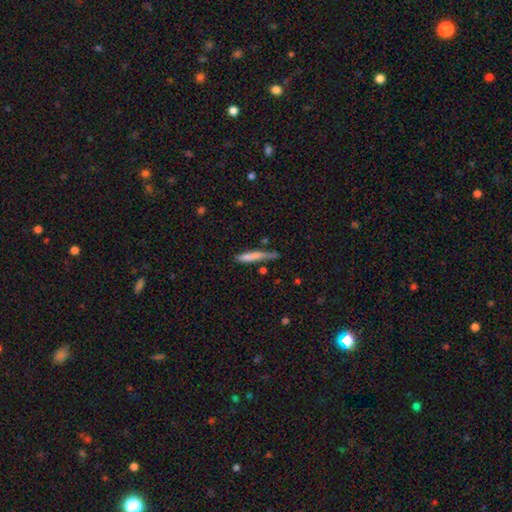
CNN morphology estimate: Smooth or featured? Predicted: smooth (p=0.71). How rounded? Predicted: cigar-shaped (p=0.92). Merging? Predicted: none (p=0.60).